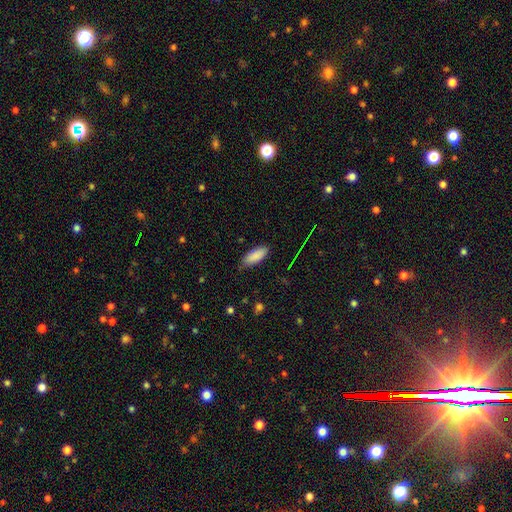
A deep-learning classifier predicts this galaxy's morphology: Smooth or featured: smooth — 87% (star or artifact — 7%)
How rounded: in between — 77% (cigar-shaped — 21%)
Merging: none — 76% (minor disturbance — 20%)